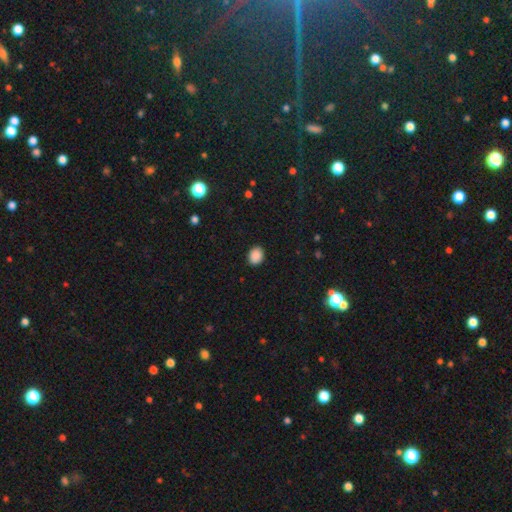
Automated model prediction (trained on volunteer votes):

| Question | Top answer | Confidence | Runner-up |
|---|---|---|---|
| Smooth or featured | smooth | 89% | star or artifact (9%) |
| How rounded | round | 52% | in between (47%) |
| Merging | none | 90% | minor disturbance (7%) |